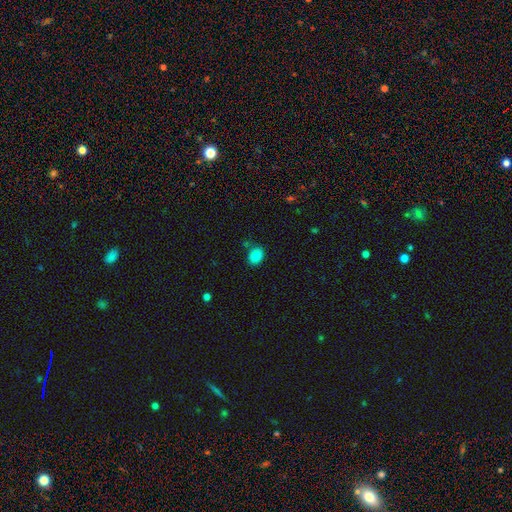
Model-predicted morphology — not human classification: Smooth or featured?
  - smooth: 86% *
  - star or artifact: 10%
  - featured or disk: 3%
How rounded?
  - in between: 66% *
  - round: 33%
  - cigar-shaped: 1%
Merging?
  - none: 78% *
  - minor disturbance: 13%
  - merger: 6%
  - major disturbance: 4%